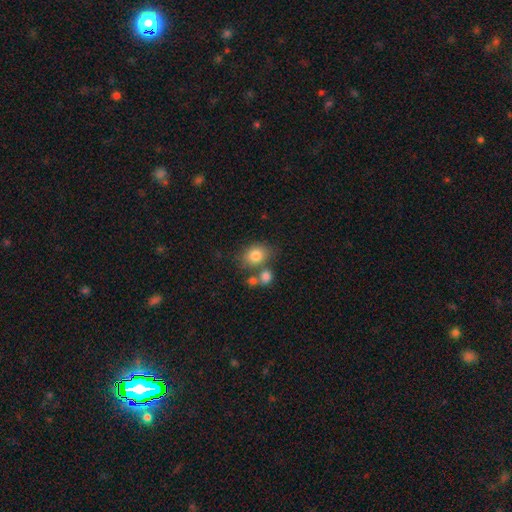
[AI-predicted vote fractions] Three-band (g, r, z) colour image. It shows a smooth galaxy with no disk features (80%) that is round (54%). Merging: none (58%).